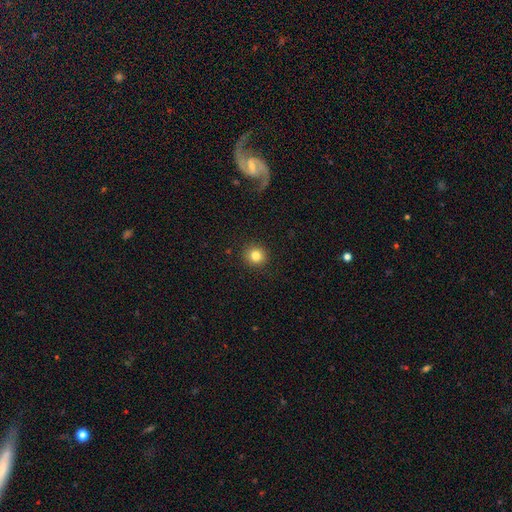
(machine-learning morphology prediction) This is clearly a smooth galaxy (82%). How rounded: clearly round (93%). Merging: clearly none (92%).